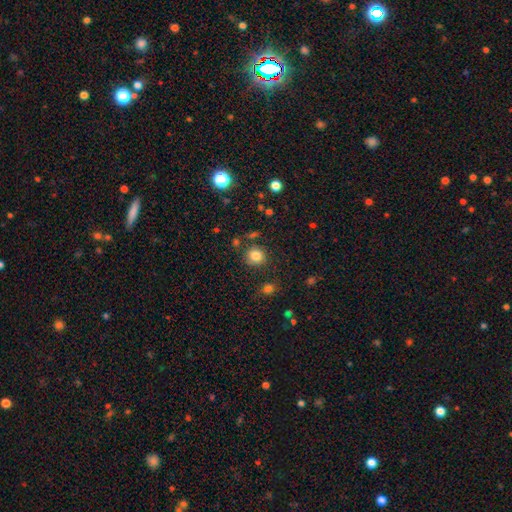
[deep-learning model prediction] A smooth galaxy with no disk features (82%) that is round (89%). Merging: none (82%).